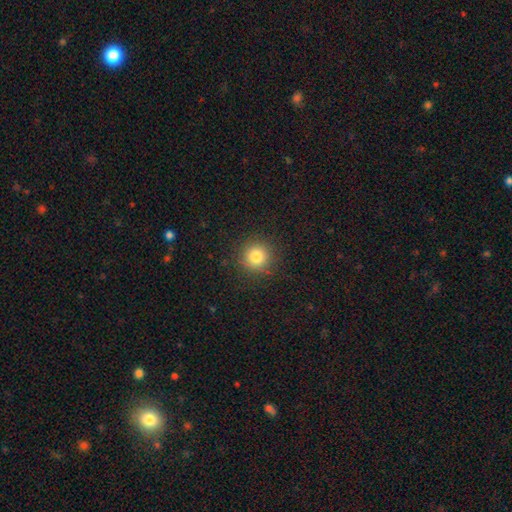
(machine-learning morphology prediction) Smooth or featured? smooth (81%)
How rounded? round (95%)
Merging? none (90%)